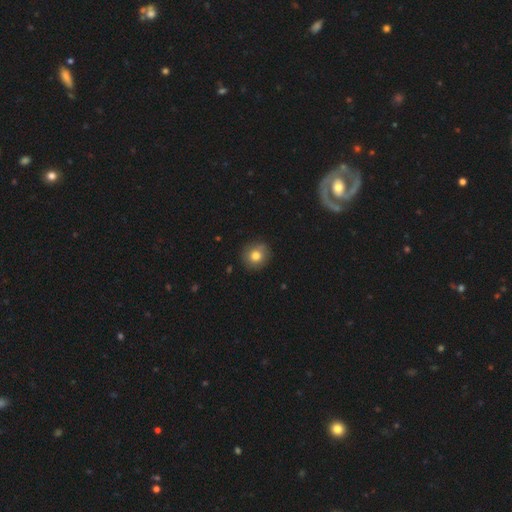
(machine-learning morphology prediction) This appears to be a smooth galaxy with no disk features (79%) that is round (88%). Merging: none (85%).